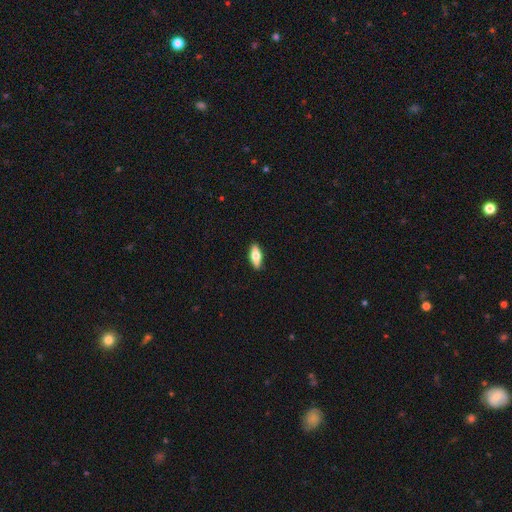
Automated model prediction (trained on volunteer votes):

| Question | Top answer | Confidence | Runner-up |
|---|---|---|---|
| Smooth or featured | smooth | 60% | featured or disk (34%) |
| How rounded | in between | 70% | cigar-shaped (27%) |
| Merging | none | 90% | minor disturbance (8%) |